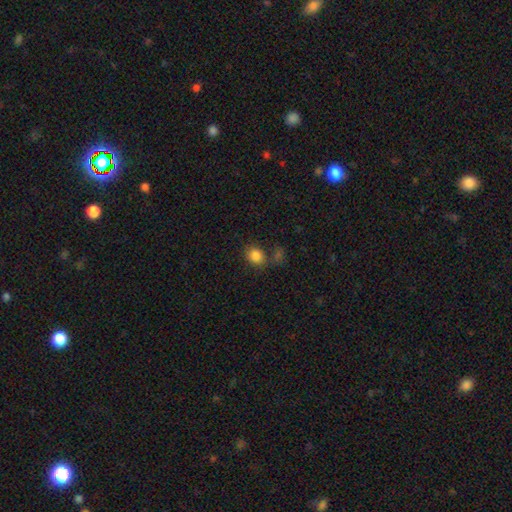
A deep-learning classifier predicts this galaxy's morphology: Q: Smooth or featured?
A: smooth (84%); runner-up: star or artifact (11%)
Q: How rounded?
A: round (67%); runner-up: in between (32%)
Q: Merging?
A: none (66%); runner-up: merger (15%)